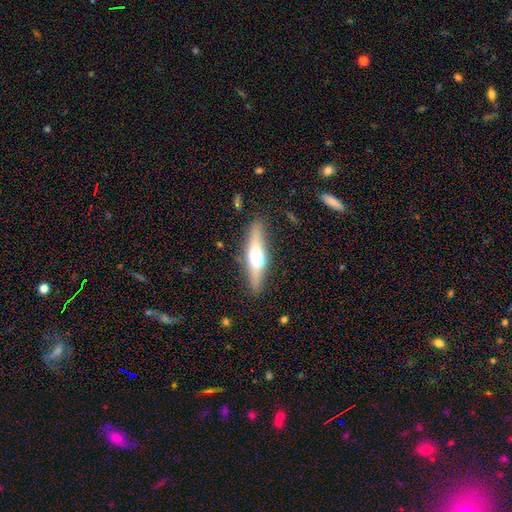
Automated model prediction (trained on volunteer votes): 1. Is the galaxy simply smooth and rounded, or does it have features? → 58% featured or disk, 35% smooth, 8% star or artifact.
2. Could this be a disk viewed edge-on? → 90% yes, 10% no.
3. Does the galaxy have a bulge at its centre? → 93% rounded, 4% boxy, 3% none.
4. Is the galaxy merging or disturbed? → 84% none, 10% minor disturbance, 3% major disturbance, 2% merger.